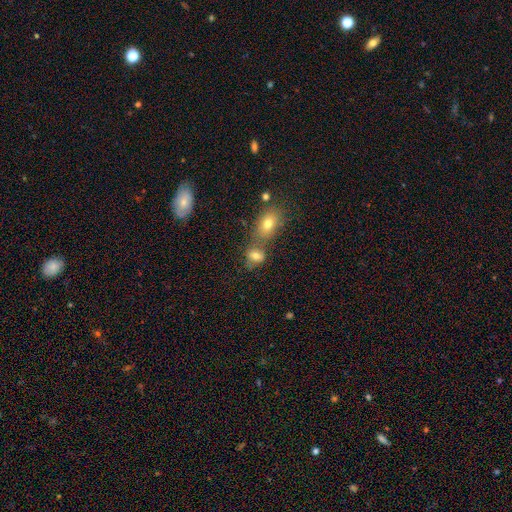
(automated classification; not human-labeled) A smooth galaxy with no disk features (71%) that is in between round and cigar-shaped (60%).

Vote fractions:
- Smooth or featured? smooth: 71% / featured or disk: 14% / star or artifact: 14%
- How rounded? in between: 60% / round: 38% / cigar-shaped: 2%
- Merging? none: 44% / merger: 36% / minor disturbance: 13% / major disturbance: 6%